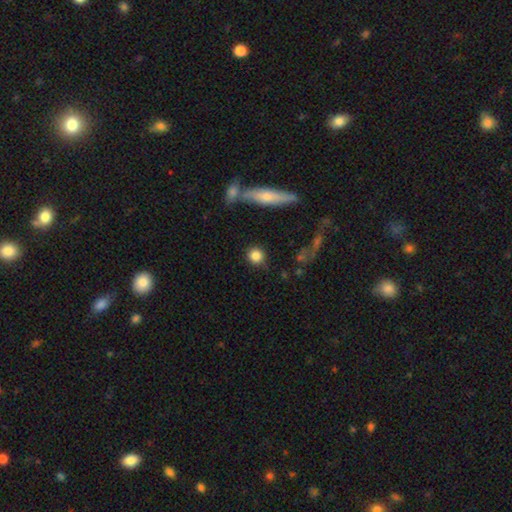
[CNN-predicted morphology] smooth-or-featured: smooth: 83% | star or artifact: 9% | featured or disk: 8%
  how-rounded: round: 88% | in between: 10% | cigar-shaped: 2%
  merging: none: 82% | minor disturbance: 10% | merger: 4% | major disturbance: 3%